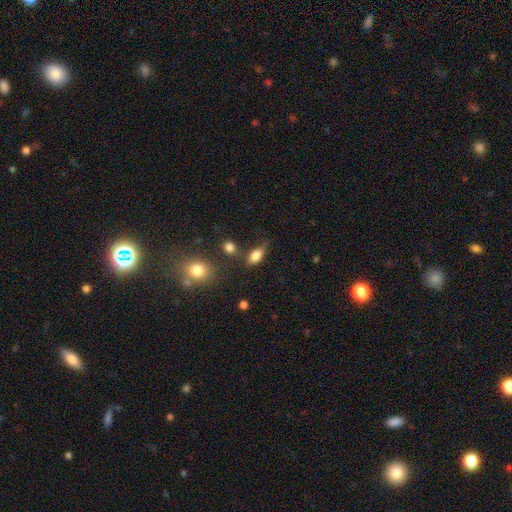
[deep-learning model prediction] Morphology: type=smooth (81%); roundness=in between (83%); merging=none (53%).